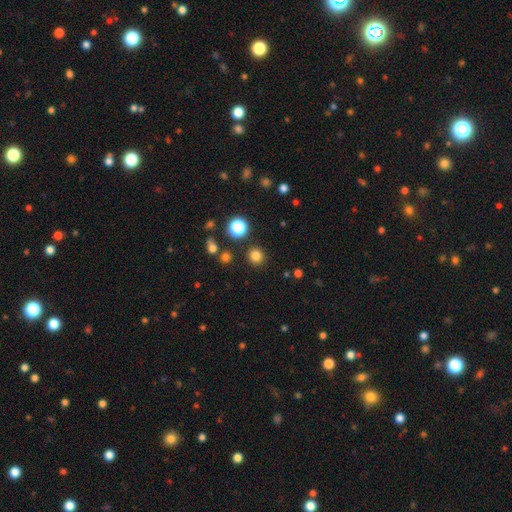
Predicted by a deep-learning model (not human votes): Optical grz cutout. It shows a smooth galaxy with no disk features (80%) that is round (94%). Merging: none (89%).